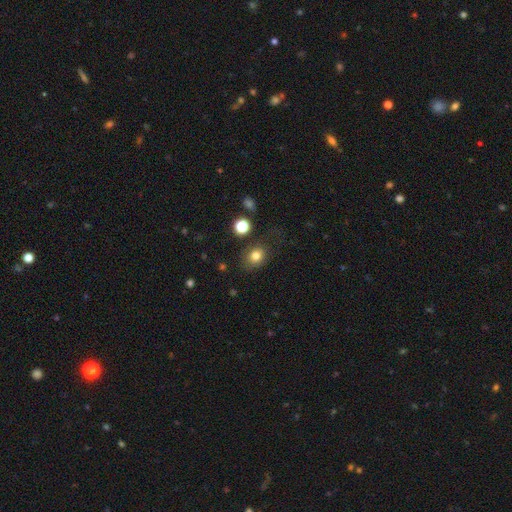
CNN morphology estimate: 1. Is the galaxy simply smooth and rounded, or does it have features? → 78% smooth, 13% star or artifact, 9% featured or disk.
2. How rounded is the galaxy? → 53% round, 46% in between, 1% cigar-shaped.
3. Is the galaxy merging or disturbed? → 71% none, 17% minor disturbance, 8% major disturbance, 3% merger.